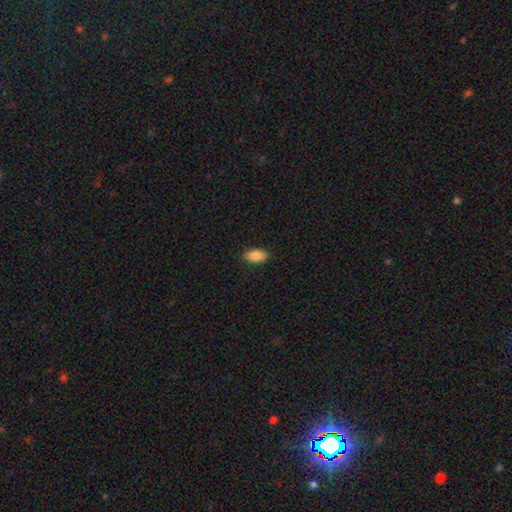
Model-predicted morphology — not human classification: smooth-or-featured: smooth: 87% | star or artifact: 7% | featured or disk: 6%
  how-rounded: in between: 91% | cigar-shaped: 6% | round: 3%
  merging: none: 89% | minor disturbance: 8% | major disturbance: 2% | merger: 1%